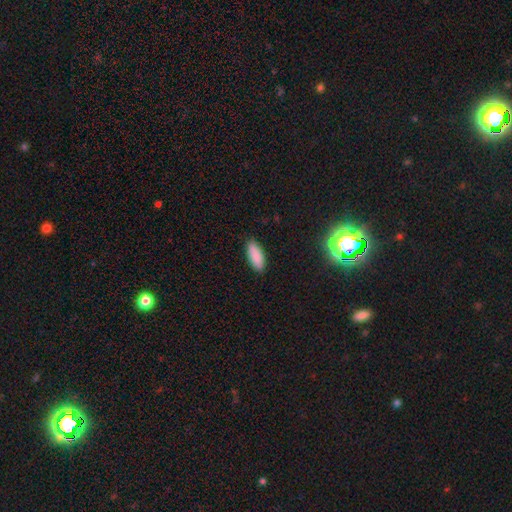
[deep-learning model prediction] A smooth galaxy with no disk features (88%) that is in between round and cigar-shaped (74%).

Vote fractions:
- Smooth or featured? smooth: 88% / star or artifact: 7% / featured or disk: 4%
- How rounded? in between: 74% / cigar-shaped: 24% / round: 2%
- Merging? none: 88% / minor disturbance: 9% / major disturbance: 2% / merger: 1%